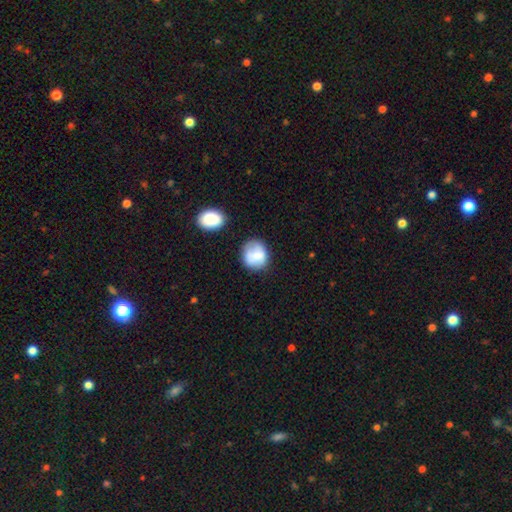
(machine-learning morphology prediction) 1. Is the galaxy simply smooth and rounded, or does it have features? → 77% smooth, 15% featured or disk, 8% star or artifact.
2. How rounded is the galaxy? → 72% round, 27% in between, 1% cigar-shaped.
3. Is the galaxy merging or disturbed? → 62% none, 23% minor disturbance, 8% major disturbance, 7% merger.